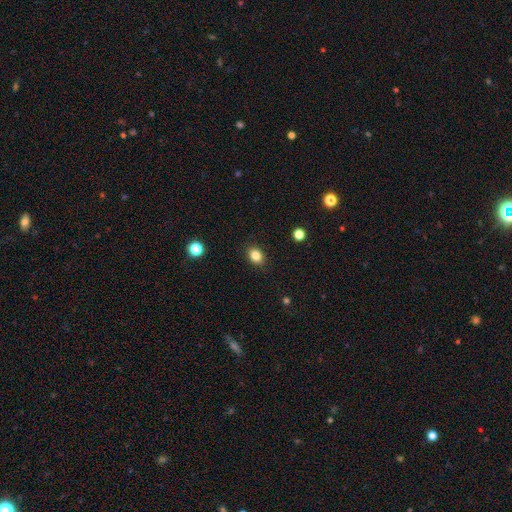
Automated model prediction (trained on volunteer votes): Morphology: type=smooth (84%); roundness=in between (61%); merging=none (89%).